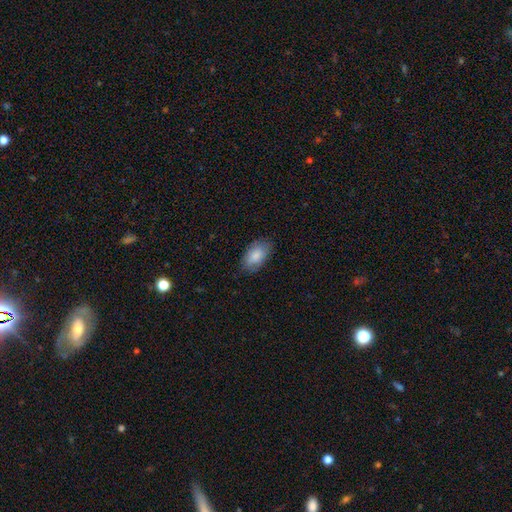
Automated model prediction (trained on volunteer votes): Morphology: type=smooth (85%); roundness=in between (94%); merging=none (80%).